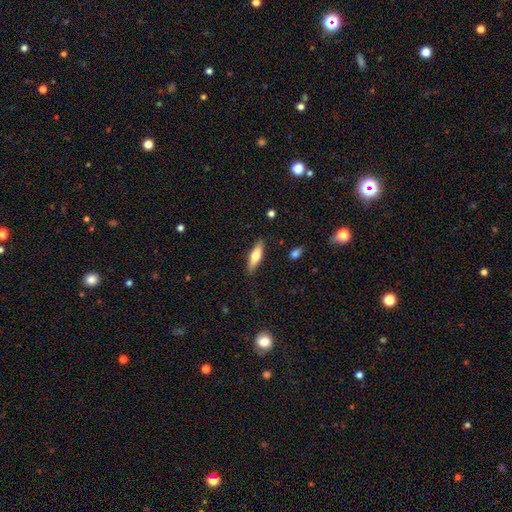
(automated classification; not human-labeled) This is possibly a smooth galaxy (56%). How rounded: possibly cigar-shaped (60%). Merging: clearly none (87%).